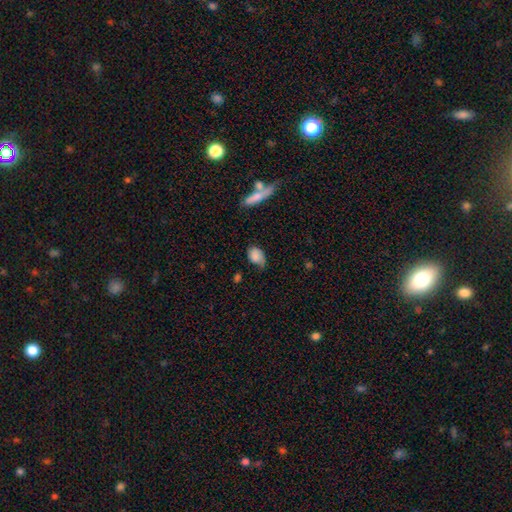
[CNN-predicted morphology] Overall: smooth (78%). How rounded: in between (82%). Merging: none (46%; minor disturbance 38%).